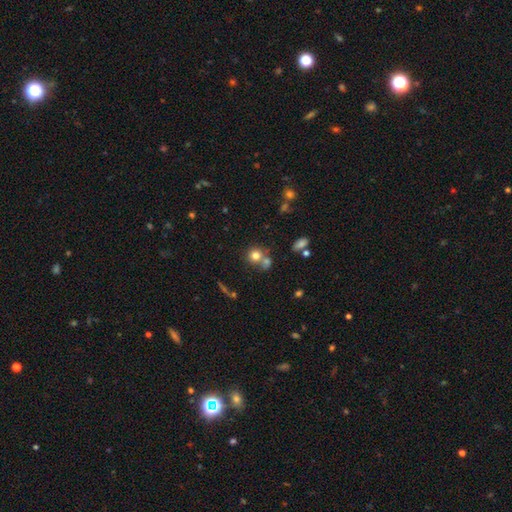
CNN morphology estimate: This is likely a smooth galaxy (75%). How rounded: clearly round (86%). Merging: possibly none (51%).